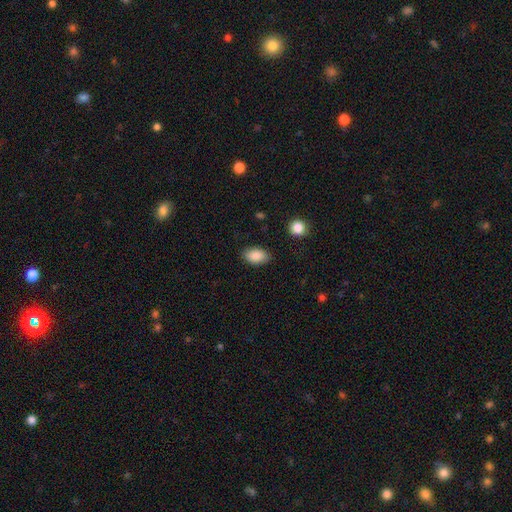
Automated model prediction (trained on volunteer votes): Smooth or featured? Predicted: smooth (p=0.89). How rounded? Predicted: in between (p=0.90). Merging? Predicted: none (p=0.84).